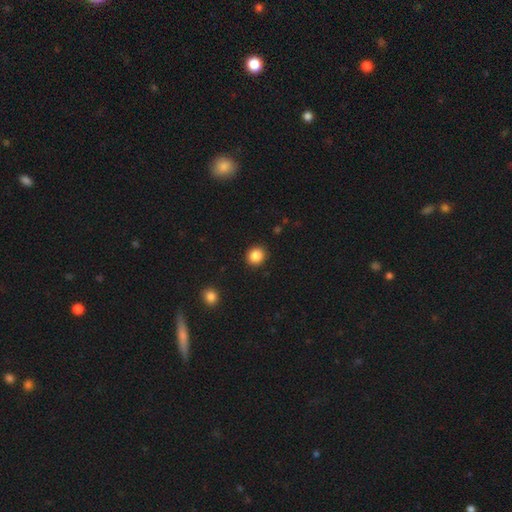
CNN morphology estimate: The model was most divided on "how rounded": round: 86%, in between: 13%, cigar-shaped: 1%. More confident: merging — none (91%); smooth or featured — smooth (87%).